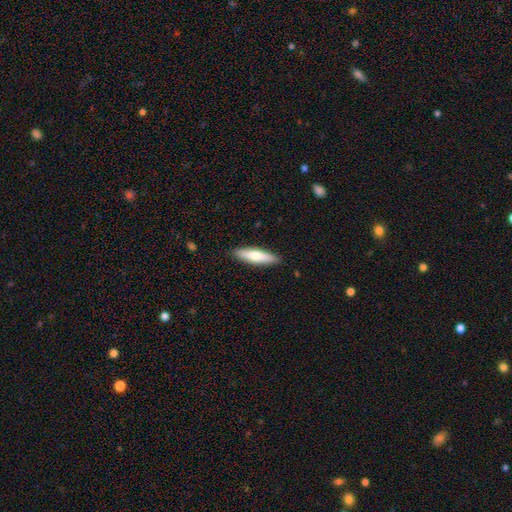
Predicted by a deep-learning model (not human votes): Smooth or featured: smooth — 63% (featured or disk — 31%)
How rounded: cigar-shaped — 74% (in between — 24%)
Merging: none — 90% (minor disturbance — 8%)